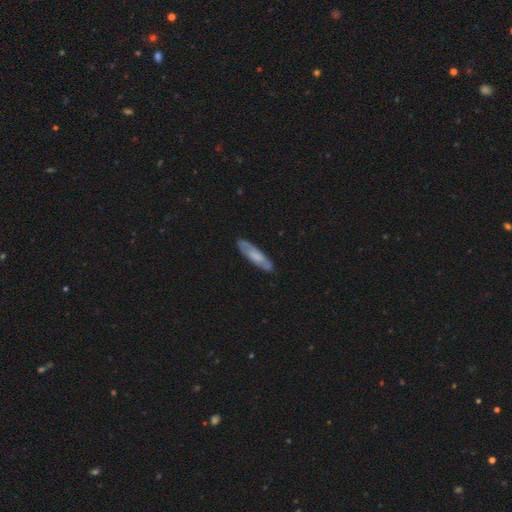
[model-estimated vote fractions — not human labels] Smooth or featured? smooth (54%)
How rounded? cigar-shaped (71%)
Merging? none (81%)